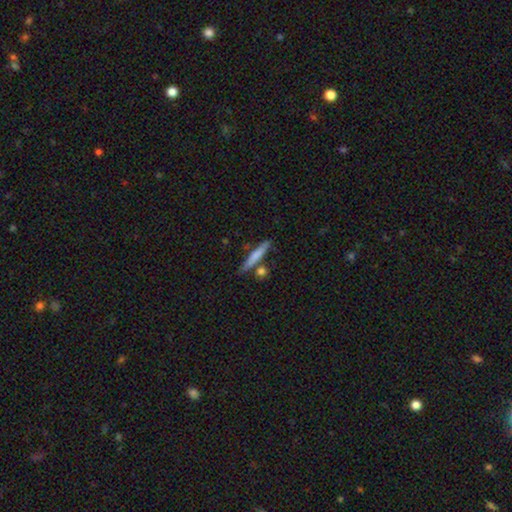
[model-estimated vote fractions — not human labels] Q: Smooth or featured?
A: smooth (70%); runner-up: featured or disk (24%)
Q: How rounded?
A: cigar-shaped (92%); runner-up: in between (6%)
Q: Merging?
A: none (75%); runner-up: minor disturbance (13%)